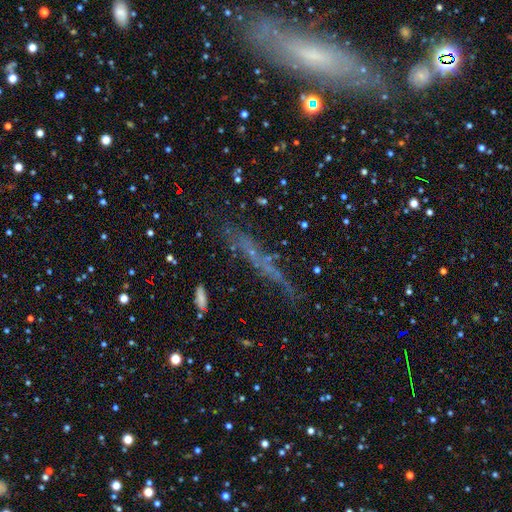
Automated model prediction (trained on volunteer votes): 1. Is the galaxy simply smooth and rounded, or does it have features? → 35% star or artifact, 34% smooth, 32% featured or disk.